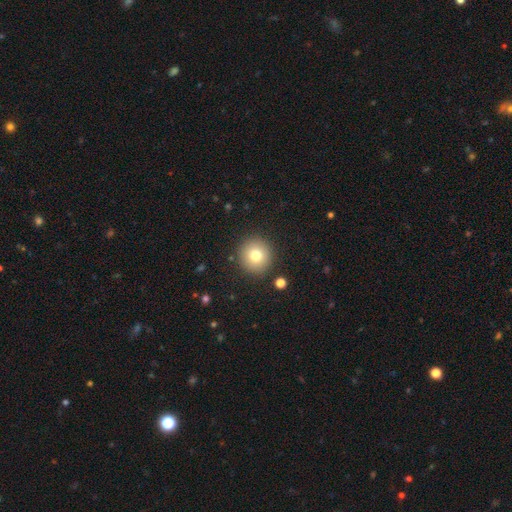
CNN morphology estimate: Smooth or featured? Predicted: smooth (p=0.77). How rounded? Predicted: round (p=0.94). Merging? Predicted: none (p=0.90).